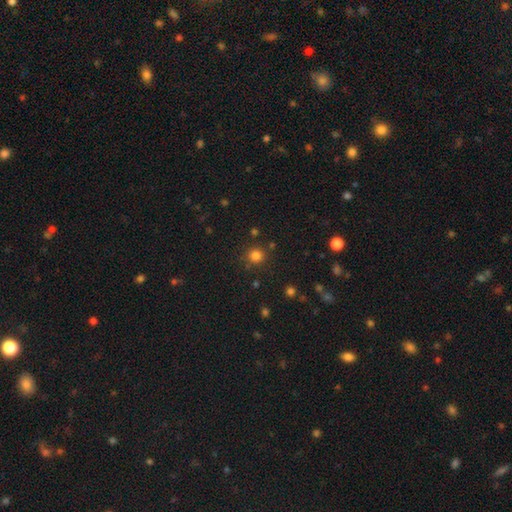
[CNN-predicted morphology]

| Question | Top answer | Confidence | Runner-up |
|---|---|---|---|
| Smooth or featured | smooth | 81% | star or artifact (15%) |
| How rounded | round | 92% | in between (7%) |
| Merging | none | 85% | minor disturbance (8%) |